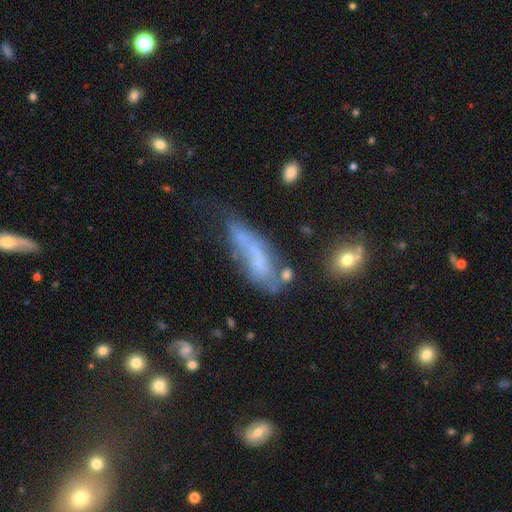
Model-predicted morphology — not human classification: Smooth or featured?
  - smooth: 47% *
  - featured or disk: 39%
  - star or artifact: 14%
Merging?
  - none: 30% *
  - minor disturbance: 29%
  - major disturbance: 28%
  - merger: 13%